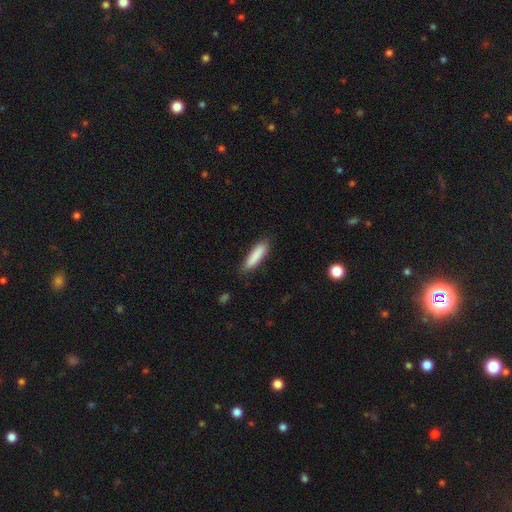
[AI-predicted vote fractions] Q: Smooth or featured?
A: smooth (87%); runner-up: featured or disk (7%)
Q: How rounded?
A: cigar-shaped (72%); runner-up: in between (26%)
Q: Merging?
A: none (82%); runner-up: minor disturbance (14%)